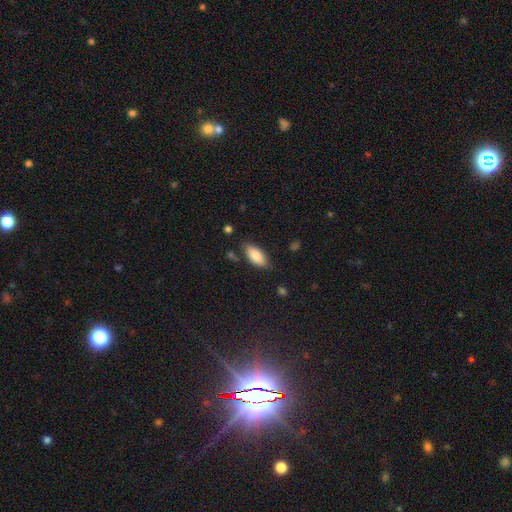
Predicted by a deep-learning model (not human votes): A smooth galaxy with no disk features (85%) that is in between round and cigar-shaped (88%). Merging: none (79%).